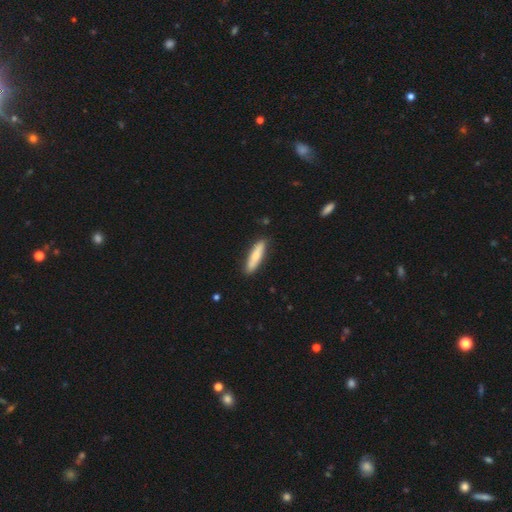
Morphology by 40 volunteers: smooth-or-featured: smooth: 68% | featured or disk: 28% | star or artifact: 5%
  how-rounded: cigar-shaped: 93% | in between: 7% | round: 0%
  merging: none: 84% | minor disturbance: 13% | major disturbance: 3% | merger: 0%